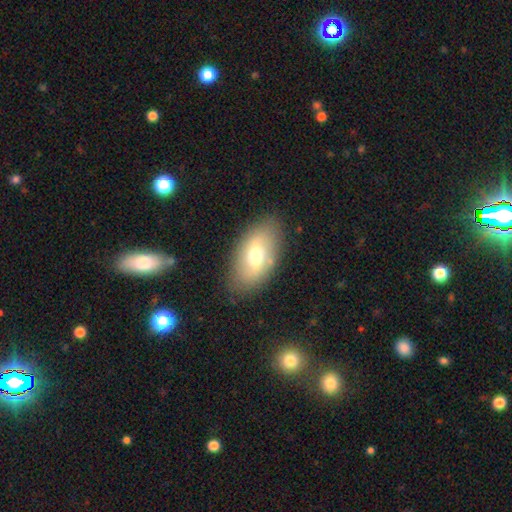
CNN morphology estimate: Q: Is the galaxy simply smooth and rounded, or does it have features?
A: smooth — 64%.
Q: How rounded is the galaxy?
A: in between — 91%.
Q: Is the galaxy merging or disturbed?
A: none — 81%.